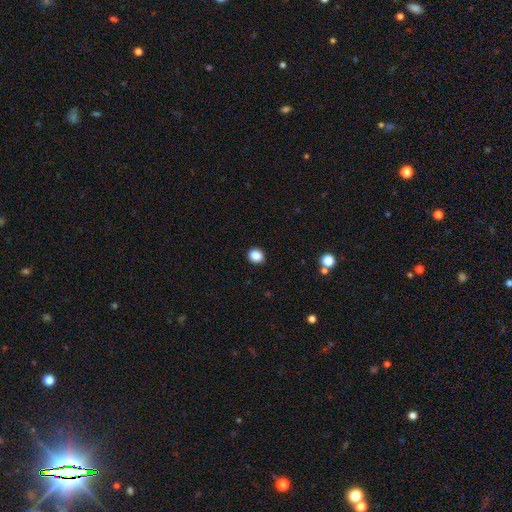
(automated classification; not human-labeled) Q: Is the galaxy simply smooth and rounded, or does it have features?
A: smooth — 87%.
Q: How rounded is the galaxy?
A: round — 72%.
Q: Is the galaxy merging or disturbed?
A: none — 92%.